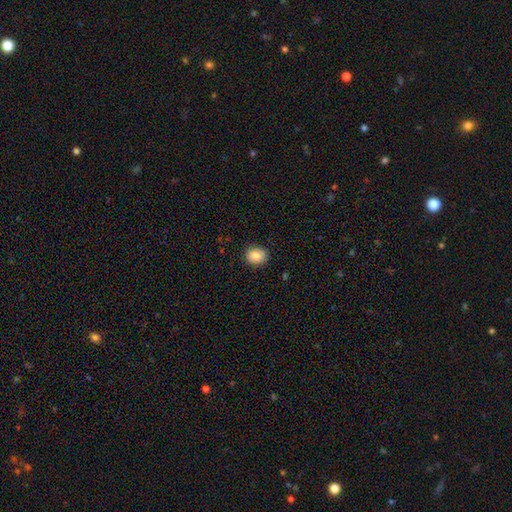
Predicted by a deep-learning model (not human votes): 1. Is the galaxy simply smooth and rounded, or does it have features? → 85% smooth, 8% star or artifact, 7% featured or disk.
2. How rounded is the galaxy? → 57% round, 42% in between, 1% cigar-shaped.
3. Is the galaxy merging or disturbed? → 88% none, 9% minor disturbance, 2% major disturbance, 1% merger.